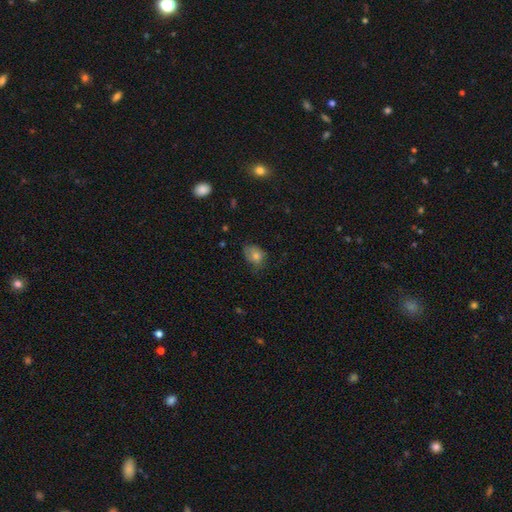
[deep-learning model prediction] Morphology: type=smooth (69%); roundness=in between (62%); merging=none (53%).